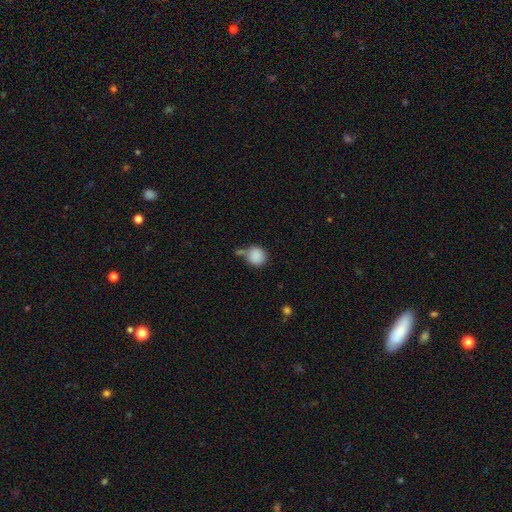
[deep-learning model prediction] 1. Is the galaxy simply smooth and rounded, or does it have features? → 87% smooth, 9% star or artifact, 5% featured or disk.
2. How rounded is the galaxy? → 86% round, 13% in between, 1% cigar-shaped.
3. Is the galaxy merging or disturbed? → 49% none, 23% merger, 19% minor disturbance, 8% major disturbance.